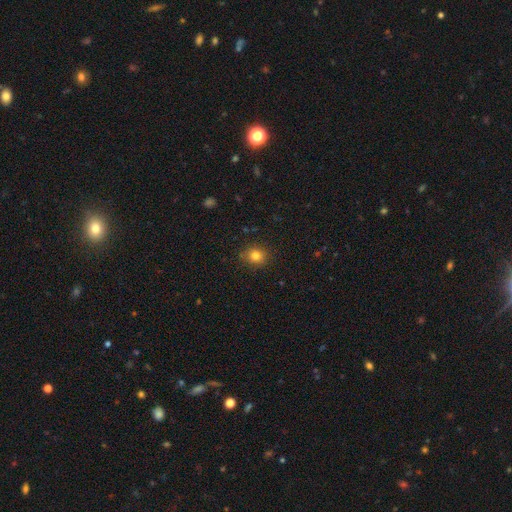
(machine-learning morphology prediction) Smooth or featured: smooth — 81% (star or artifact — 12%)
How rounded: round — 76% (in between — 23%)
Merging: none — 88% (minor disturbance — 9%)